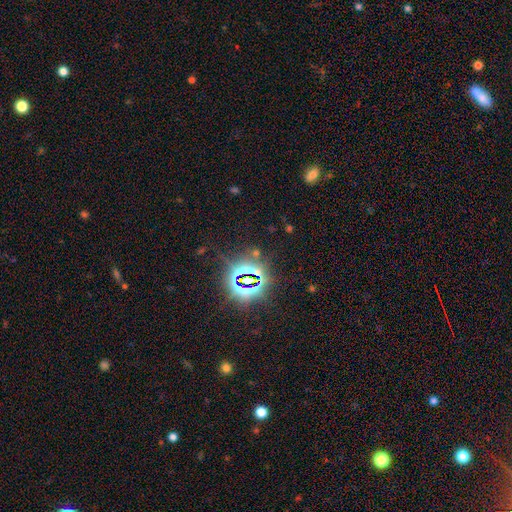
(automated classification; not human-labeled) This appears to be a star or artifact, not a galaxy (81%).